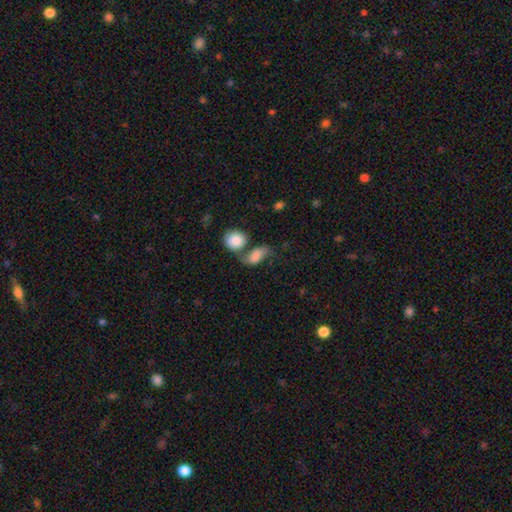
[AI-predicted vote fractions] A smooth galaxy with no disk features (68%) that is in between round and cigar-shaped (75%). Merging: merger (48%).